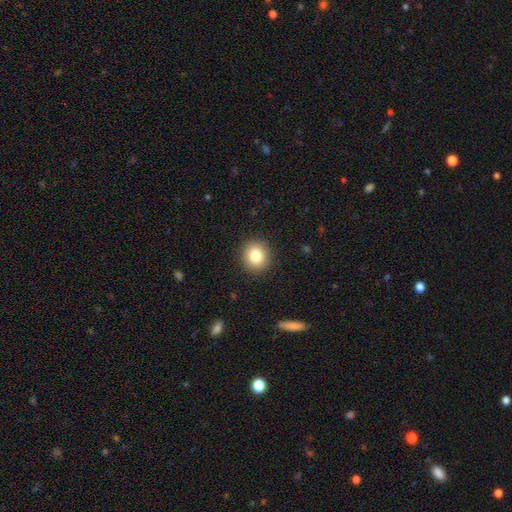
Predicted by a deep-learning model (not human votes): A smooth galaxy with no disk features (82%) that is round (86%).

Vote fractions:
- Smooth or featured? smooth: 82% / star or artifact: 10% / featured or disk: 8%
- How rounded? round: 86% / in between: 13% / cigar-shaped: 1%
- Merging? none: 91% / minor disturbance: 6% / major disturbance: 2% / merger: 1%